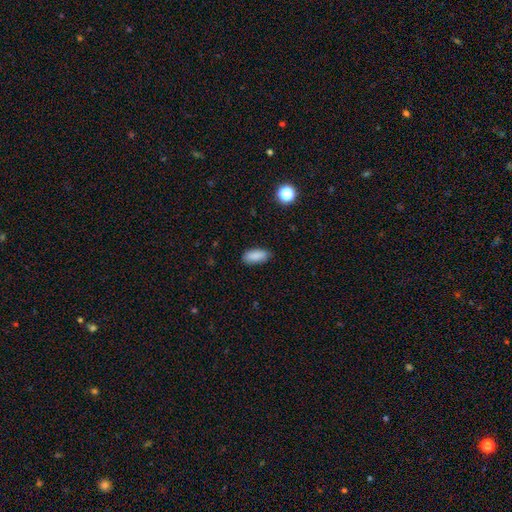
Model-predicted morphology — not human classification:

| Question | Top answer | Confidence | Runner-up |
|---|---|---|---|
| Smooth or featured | smooth | 89% | star or artifact (8%) |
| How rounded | in between | 87% | cigar-shaped (11%) |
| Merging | none | 86% | minor disturbance (11%) |